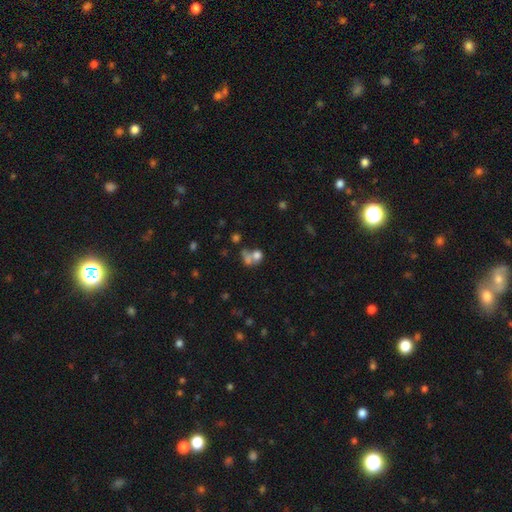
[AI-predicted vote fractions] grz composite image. It shows a smooth galaxy with no disk features (66%) that is round (59%). Merging: merger (56%).